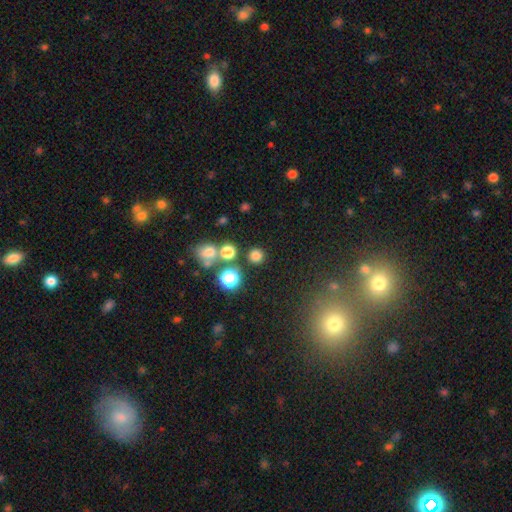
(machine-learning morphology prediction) Q: Smooth or featured?
A: smooth (75%); runner-up: star or artifact (20%)
Q: How rounded?
A: round (93%); runner-up: in between (6%)
Q: Merging?
A: none (82%); runner-up: merger (8%)